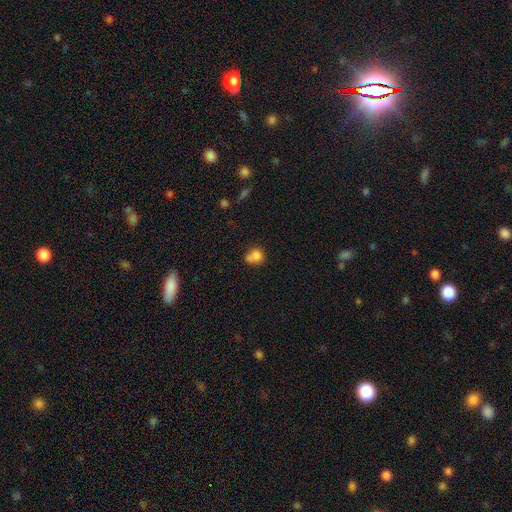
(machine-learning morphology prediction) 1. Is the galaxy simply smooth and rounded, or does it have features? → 77% smooth, 12% featured or disk, 11% star or artifact.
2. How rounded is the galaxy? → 69% round, 30% in between, 1% cigar-shaped.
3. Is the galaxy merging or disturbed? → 39% none, 38% merger, 16% minor disturbance, 7% major disturbance.